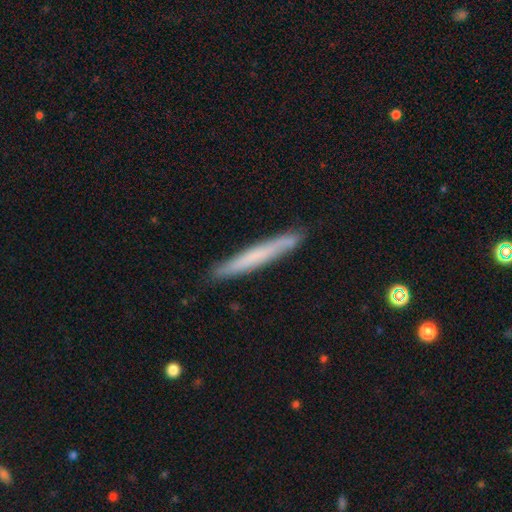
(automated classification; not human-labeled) Morphology: type=smooth (60%); roundness=cigar-shaped (96%); merging=none (87%).